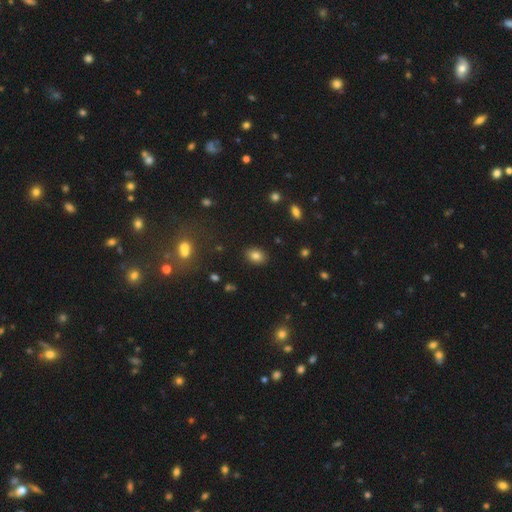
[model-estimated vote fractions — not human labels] Smooth or featured? Predicted: smooth (p=0.81). How rounded? Predicted: in between (p=0.68). Merging? Predicted: none (p=0.88).